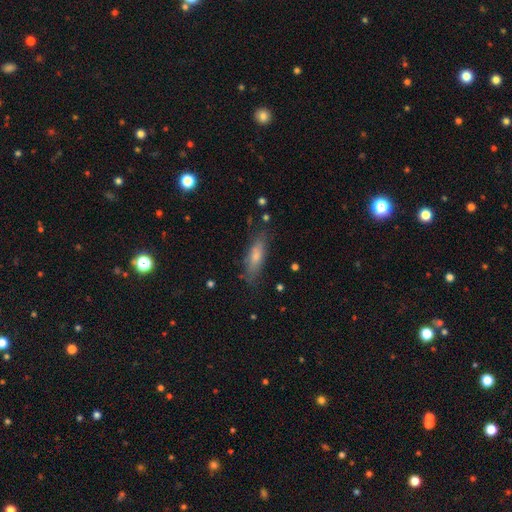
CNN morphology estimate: This appears to be a smooth galaxy with no disk features (57%) that is cigar-shaped (59%). Merging: none (77%).